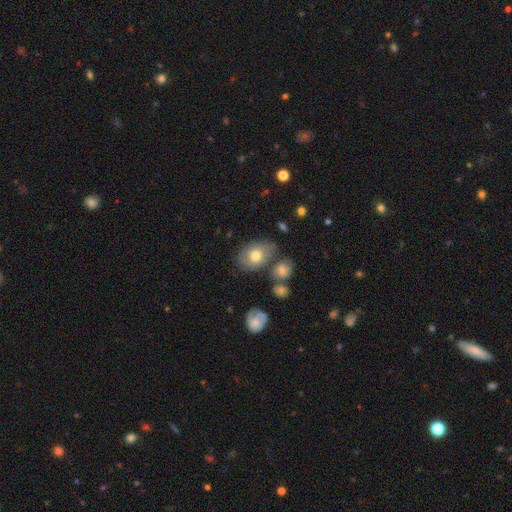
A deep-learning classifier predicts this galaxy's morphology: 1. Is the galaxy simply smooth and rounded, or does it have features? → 66% smooth, 26% featured or disk, 8% star or artifact.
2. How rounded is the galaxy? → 76% in between, 23% round, 1% cigar-shaped.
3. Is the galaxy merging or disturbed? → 64% none, 21% minor disturbance, 9% merger, 7% major disturbance.